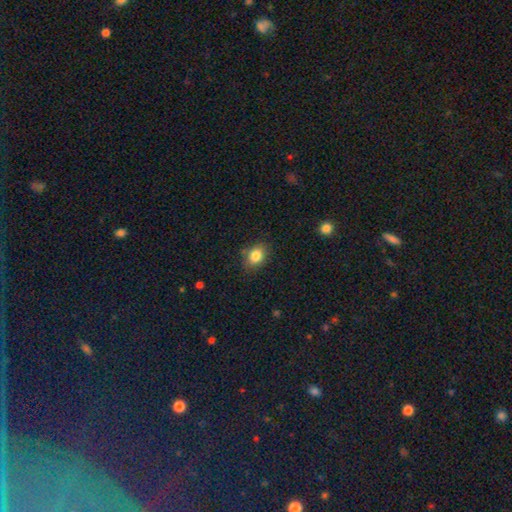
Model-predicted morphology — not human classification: Smooth or featured? smooth (84%)
How rounded? in between (64%)
Merging? none (81%)